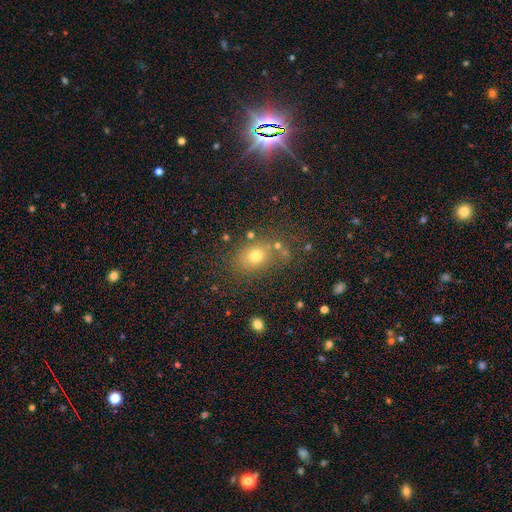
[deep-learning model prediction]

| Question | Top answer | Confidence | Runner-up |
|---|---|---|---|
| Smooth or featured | smooth | 69% | star or artifact (19%) |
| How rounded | in between | 53% | round (45%) |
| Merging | none | 70% | minor disturbance (15%) |